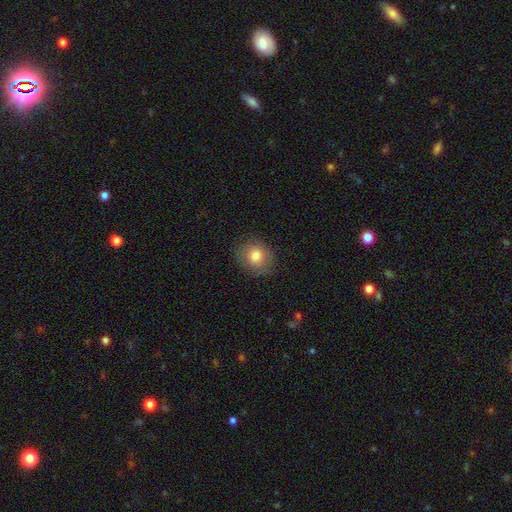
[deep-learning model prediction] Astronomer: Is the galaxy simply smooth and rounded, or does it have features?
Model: smooth — 77%.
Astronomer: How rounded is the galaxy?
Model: round — 71%.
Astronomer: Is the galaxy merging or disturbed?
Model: none — 82%.